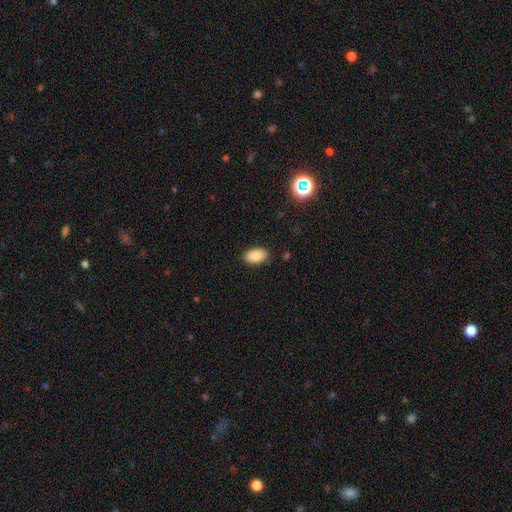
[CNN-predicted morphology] The model was most divided on "merging": none: 87%, minor disturbance: 9%, major disturbance: 2%, merger: 1%. More confident: how rounded — in between (91%); smooth or featured — smooth (87%).